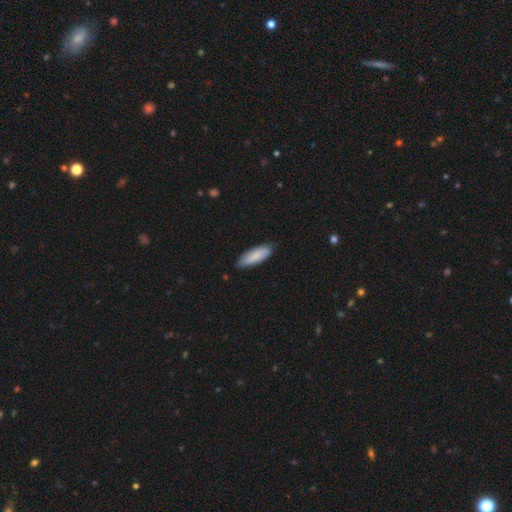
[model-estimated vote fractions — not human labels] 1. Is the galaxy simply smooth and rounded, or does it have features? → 84% smooth, 11% featured or disk, 5% star or artifact.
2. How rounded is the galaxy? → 57% in between, 41% cigar-shaped, 1% round.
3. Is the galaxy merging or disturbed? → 82% none, 14% minor disturbance, 2% major disturbance, 1% merger.